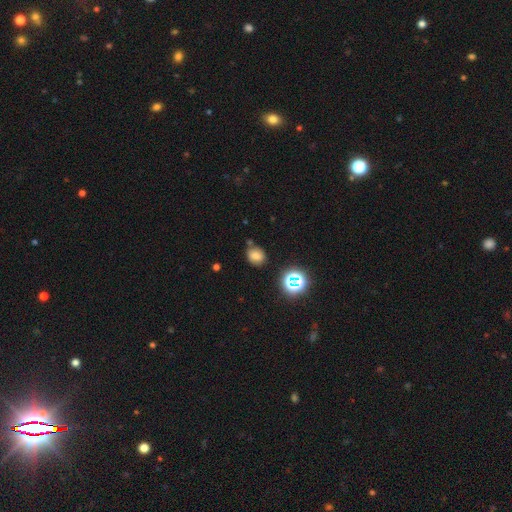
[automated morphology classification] The model was most divided on "how rounded": round: 69%, in between: 30%, cigar-shaped: 1%. More confident: merging — none (74%); smooth or featured — smooth (71%).